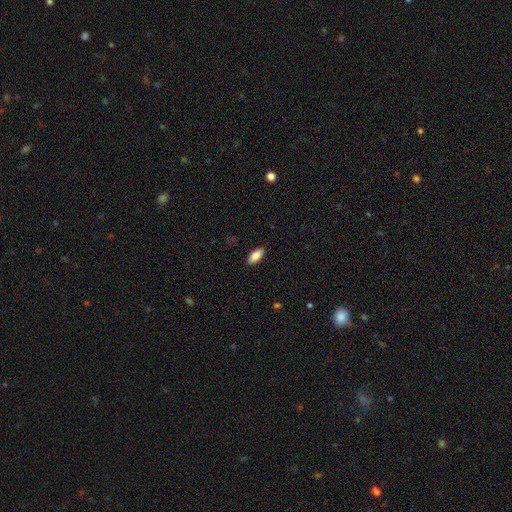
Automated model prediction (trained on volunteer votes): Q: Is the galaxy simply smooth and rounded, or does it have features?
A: smooth — 84%.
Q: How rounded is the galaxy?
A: in between — 83%.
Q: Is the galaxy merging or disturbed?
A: none — 89%.